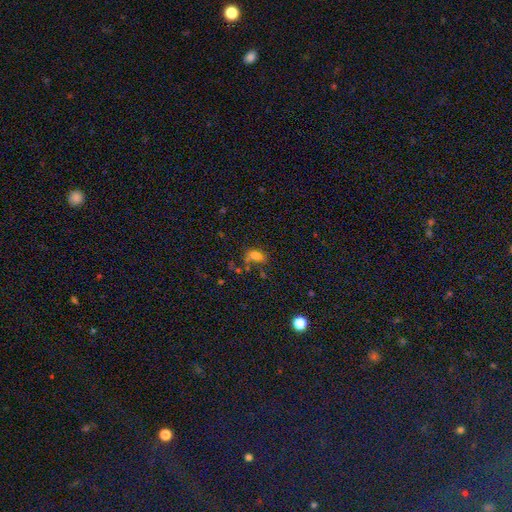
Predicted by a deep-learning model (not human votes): smooth 73%, star or artifact 17%, featured or disk 10%. Down the decision tree: how rounded — in between (79%); merging — none (51%).